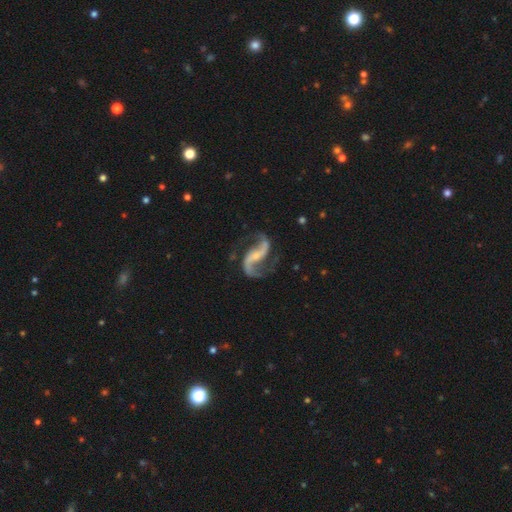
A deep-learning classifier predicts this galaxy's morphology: This is clearly a featured or disk galaxy (92%). It is clearly not viewed edge-on (97%). Bar: marginally weak (35%). Spiral arm pattern: clearly yes (98%). Spiral arm count: clearly 2 (93%). Spiral winding: likely loose (66%). Central bulge: likely small (62%). Merging: likely none (73%).